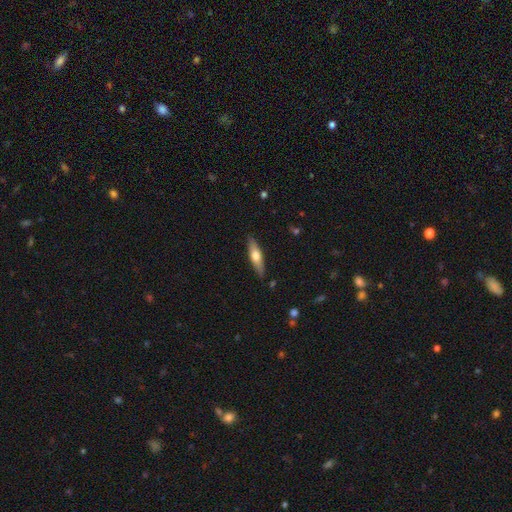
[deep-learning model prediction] Overall: smooth (52%; featured or disk 43%). How rounded: cigar-shaped (71%). Merging: none (86%).